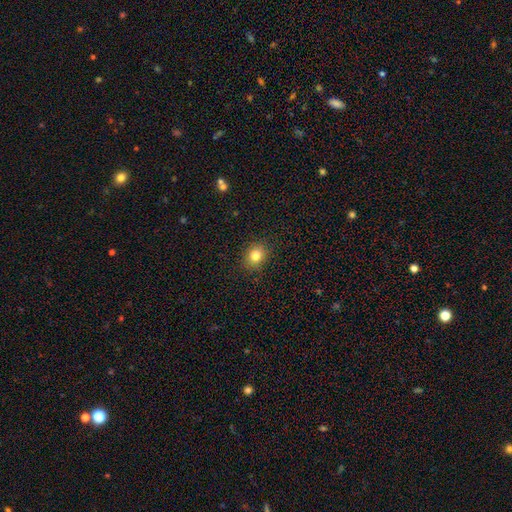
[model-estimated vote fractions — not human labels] The model was most divided on "how rounded": round: 56%, in between: 43%, cigar-shaped: 1%. More confident: merging — none (89%); smooth or featured — smooth (82%).